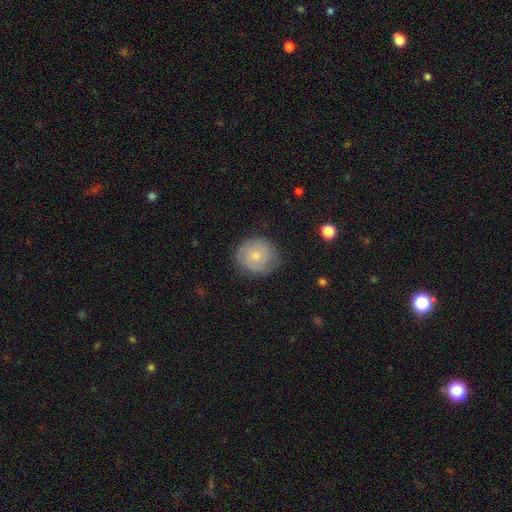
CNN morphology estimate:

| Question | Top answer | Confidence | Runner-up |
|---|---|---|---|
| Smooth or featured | smooth | 55% | featured or disk (37%) |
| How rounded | round | 84% | in between (15%) |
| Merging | none | 78% | minor disturbance (17%) |